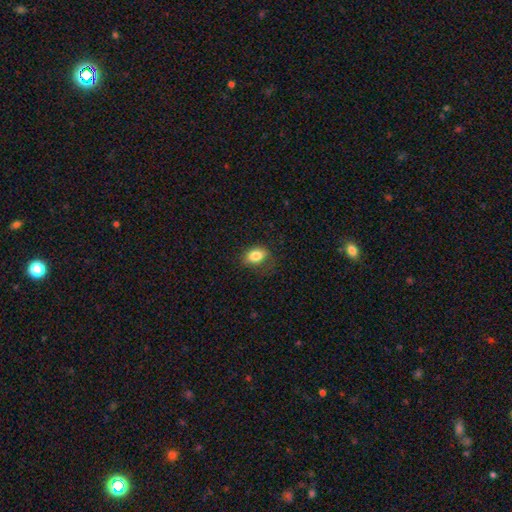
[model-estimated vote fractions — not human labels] Overall: smooth (84%). How rounded: in between (82%). Merging: none (71%).